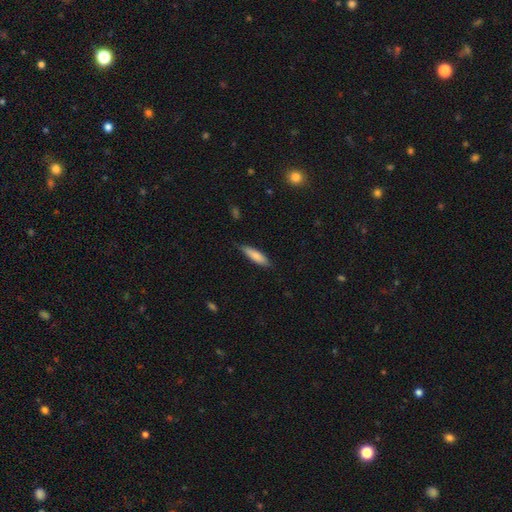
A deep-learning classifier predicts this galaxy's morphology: Smooth or featured? smooth (82%)
How rounded? cigar-shaped (66%)
Merging? none (76%)